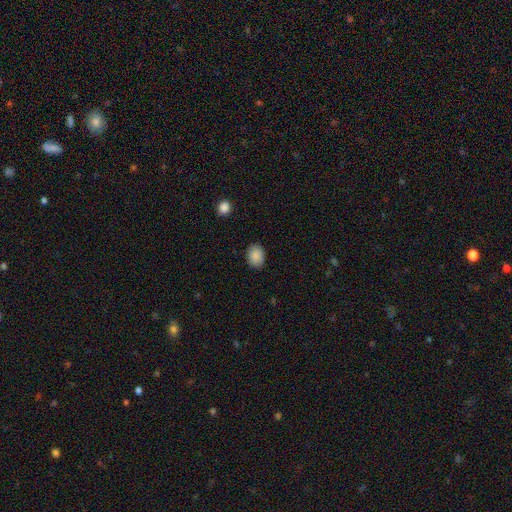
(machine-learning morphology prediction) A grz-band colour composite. It shows a smooth galaxy with no disk features (89%) that is in between round and cigar-shaped (58%). Merging: none (88%).